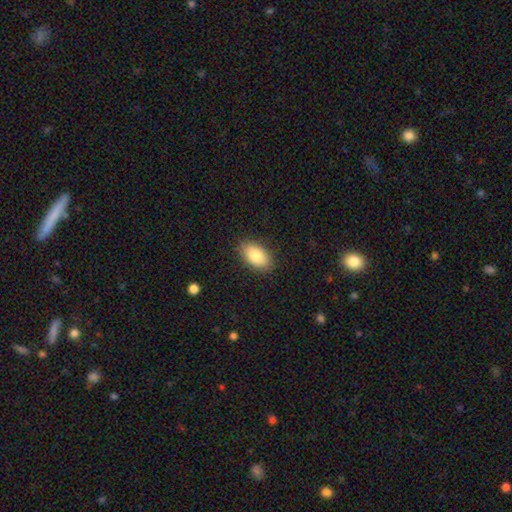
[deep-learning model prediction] Morphology: type=smooth (83%); roundness=in between (93%); merging=none (87%).